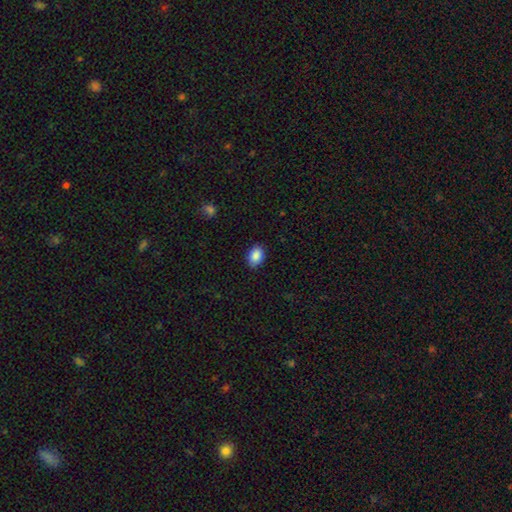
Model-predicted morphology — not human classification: smooth-or-featured: smooth: 89% | star or artifact: 8% | featured or disk: 4%
  how-rounded: in between: 78% | round: 20% | cigar-shaped: 1%
  merging: none: 86% | minor disturbance: 11% | major disturbance: 2% | merger: 1%